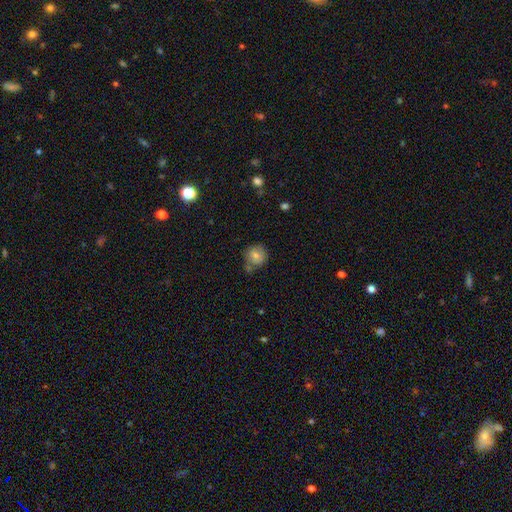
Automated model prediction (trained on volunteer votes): The model was most divided on "merging": none: 64%, minor disturbance: 19%, merger: 12%, major disturbance: 5%. More confident: how rounded — round (89%); smooth or featured — smooth (70%).